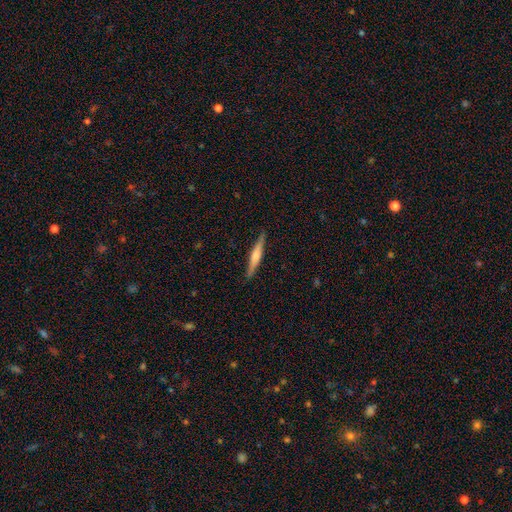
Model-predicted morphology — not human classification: type=featured or disk (58%); edge-on=yes (98%); edge-on bulge=rounded (68%); merging=none (90%).